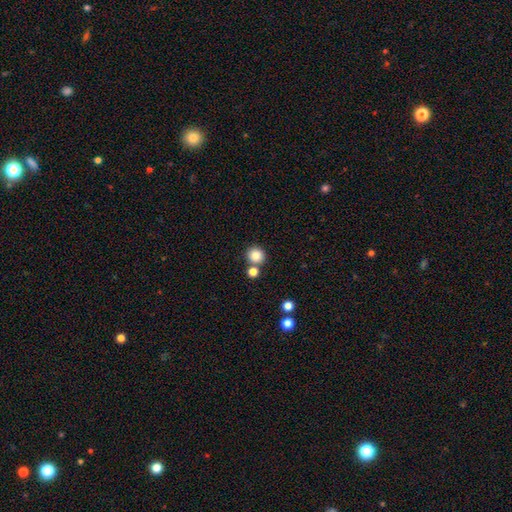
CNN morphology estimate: smooth 85%, star or artifact 11%, featured or disk 4%. Down the decision tree: how rounded — round (90%); merging — none (71%).